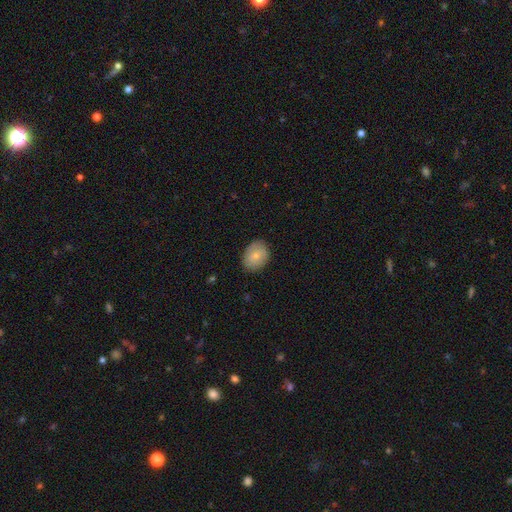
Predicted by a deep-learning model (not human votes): Overall: smooth (75%). How rounded: in between (58%; round 41%). Merging: none (83%).